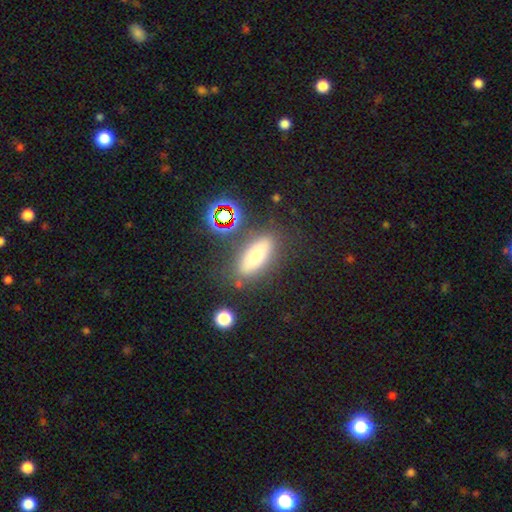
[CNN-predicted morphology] Smooth or featured? Predicted: smooth (p=0.58). How rounded? Predicted: in between (p=0.66). Merging? Predicted: none (p=0.77).